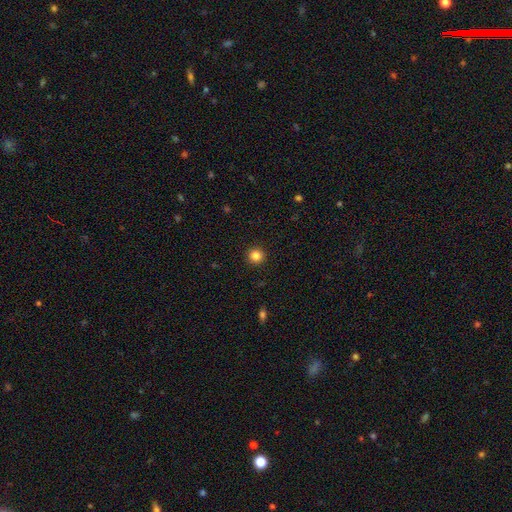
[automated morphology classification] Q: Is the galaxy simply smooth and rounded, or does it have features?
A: smooth — 84%.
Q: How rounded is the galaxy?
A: round — 95%.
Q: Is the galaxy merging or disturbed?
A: none — 93%.